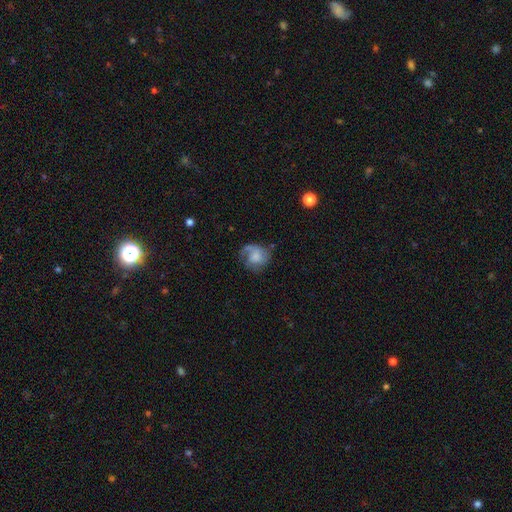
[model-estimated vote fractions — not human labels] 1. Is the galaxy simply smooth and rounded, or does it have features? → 46% featured or disk (tied), 46% smooth (tied), 8% star or artifact.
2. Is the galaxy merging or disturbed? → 47% none, 25% major disturbance, 24% minor disturbance, 3% merger.